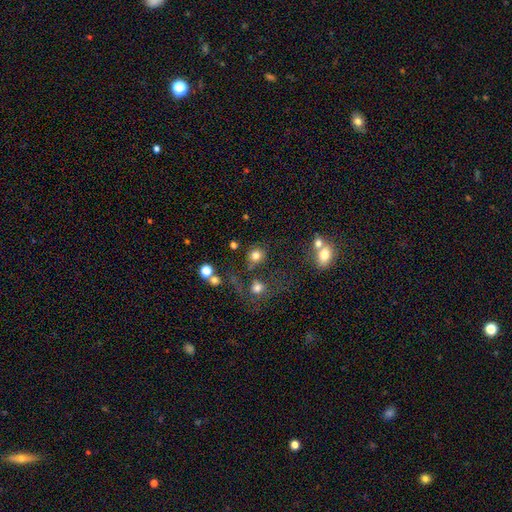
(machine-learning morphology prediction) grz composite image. It shows a smooth galaxy with no disk features (80%) that is round (80%). Merging: none (66%).